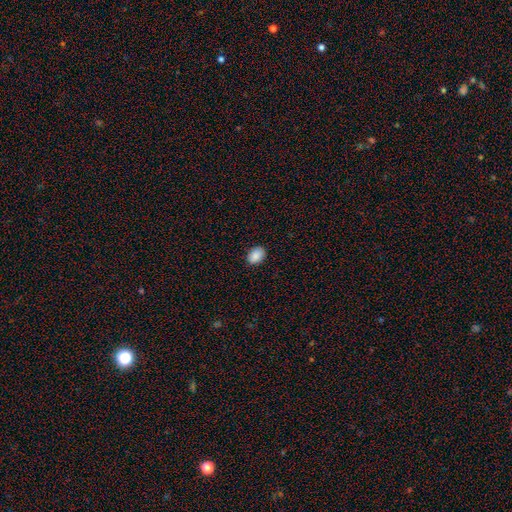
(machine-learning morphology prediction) Smooth or featured? Predicted: smooth (p=0.89). How rounded? Predicted: in between (p=0.74). Merging? Predicted: none (p=0.89).